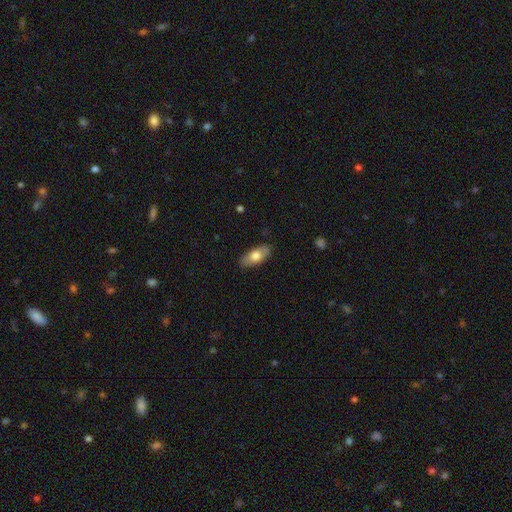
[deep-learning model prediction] smooth_or_featured: smooth (p=0.71) [alt: featured or disk p=0.23]
how_rounded: in between (p=0.86) [alt: cigar-shaped p=0.11]
merging: none (p=0.85) [alt: minor disturbance p=0.12]